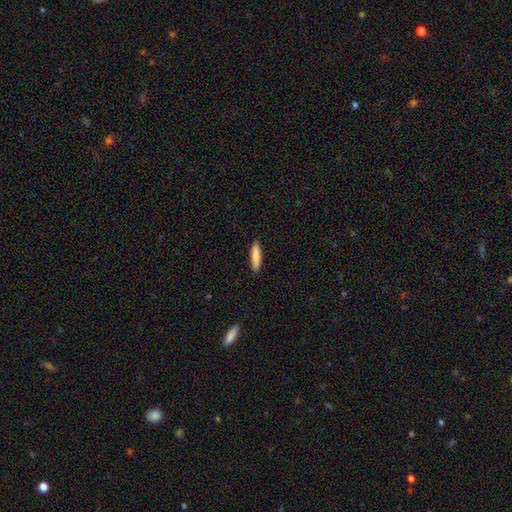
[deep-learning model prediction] The model was most divided on "how rounded": cigar-shaped: 83%, in between: 16%, round: 1%. More confident: merging — none (90%); smooth or featured — smooth (85%).